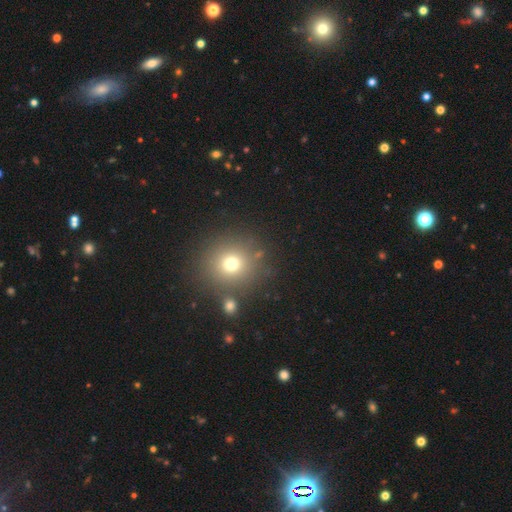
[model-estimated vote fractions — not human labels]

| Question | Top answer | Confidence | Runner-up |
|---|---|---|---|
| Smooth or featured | smooth | 59% | star or artifact (32%) |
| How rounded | round | 91% | in between (8%) |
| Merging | none | 87% | minor disturbance (6%) |